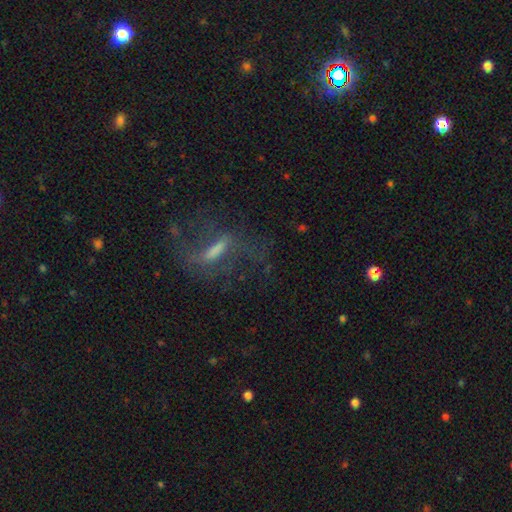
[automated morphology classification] Q: Smooth or featured?
A: featured or disk (64%); runner-up: smooth (19%)
Q: Edge-on disk?
A: no (77%); runner-up: yes (23%)
Q: Merging?
A: none (61%); runner-up: major disturbance (20%)